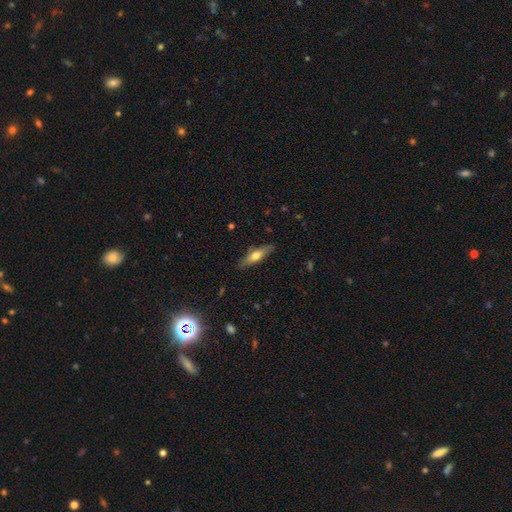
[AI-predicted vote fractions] Smooth or featured? smooth (55%)
How rounded? cigar-shaped (60%)
Merging? none (82%)